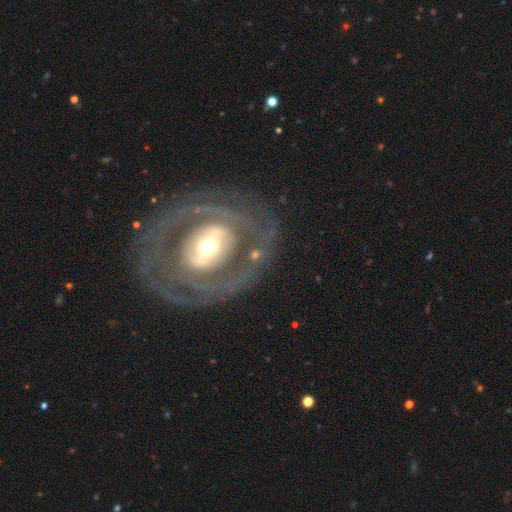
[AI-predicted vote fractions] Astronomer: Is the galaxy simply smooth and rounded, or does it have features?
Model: featured or disk — 78%.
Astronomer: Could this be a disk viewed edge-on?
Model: no — 95%.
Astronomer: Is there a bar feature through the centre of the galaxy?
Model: no — 36% (runner-up: strong, 33%).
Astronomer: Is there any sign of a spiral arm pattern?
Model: yes — 66%.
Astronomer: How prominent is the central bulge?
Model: moderate — 60%.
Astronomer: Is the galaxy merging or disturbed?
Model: none — 73%.